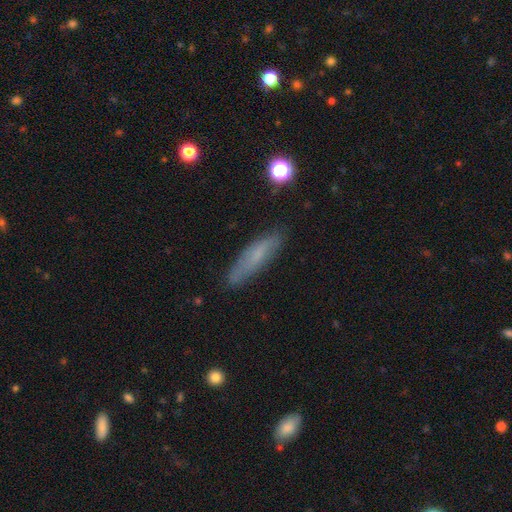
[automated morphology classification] Smooth or featured? Predicted: smooth (p=0.66). How rounded? Predicted: cigar-shaped (p=0.75). Merging? Predicted: none (p=0.81).